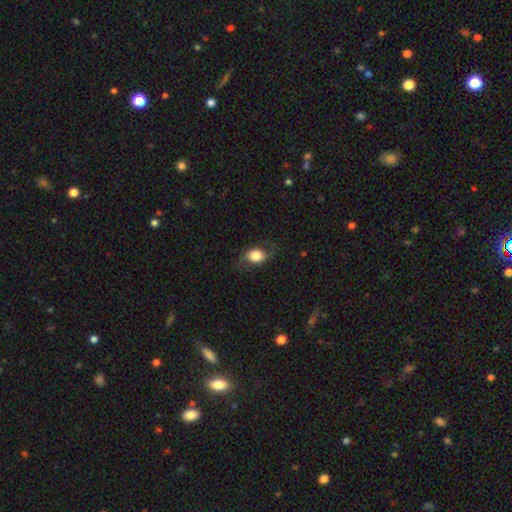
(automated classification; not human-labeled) Overall: smooth (64%; featured or disk 28%). How rounded: in between (63%; round 35%). Merging: none (69%).